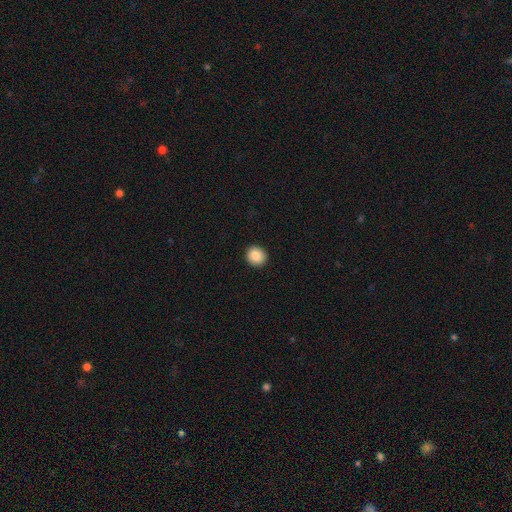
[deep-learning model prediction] This is clearly a smooth galaxy (89%). How rounded: clearly round (86%). Merging: clearly none (92%).